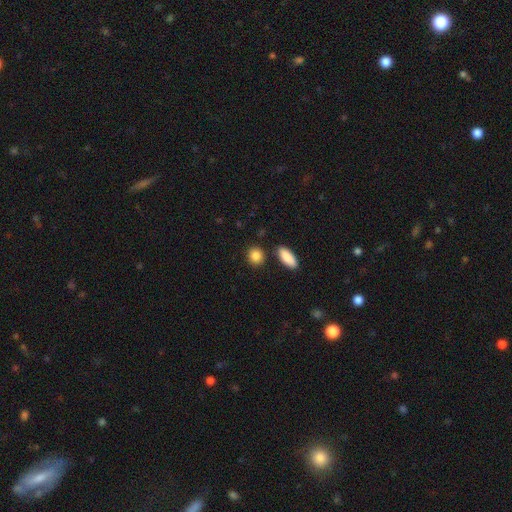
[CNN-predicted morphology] Overall: smooth (88%). How rounded: round (66%; in between 31%). Merging: none (84%).